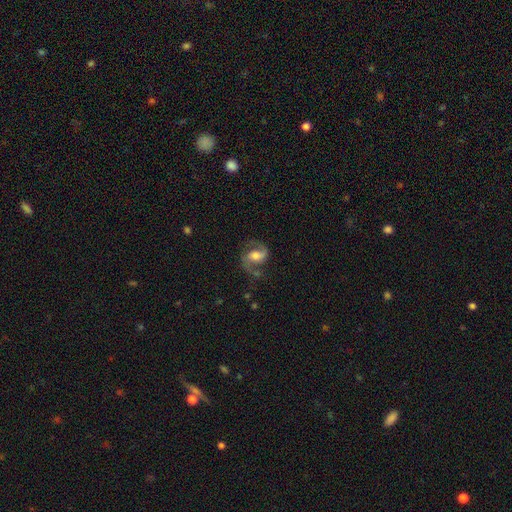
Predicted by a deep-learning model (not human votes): Q: Smooth or featured?
A: featured or disk (84%); runner-up: smooth (10%)
Q: Edge-on disk?
A: no (97%); runner-up: yes (3%)
Q: Bar?
A: weak (44%); runner-up: no (32%)
Q: Spiral arms?
A: yes (96%); runner-up: no (4%)
Q: Spiral winding?
A: medium (56%); runner-up: loose (31%)
Q: Spiral arm count?
A: 2 (90%); runner-up: 1 (4%)
Q: Bulge size?
A: moderate (59%); runner-up: large (18%)
Q: Merging?
A: none (69%); runner-up: minor disturbance (17%)